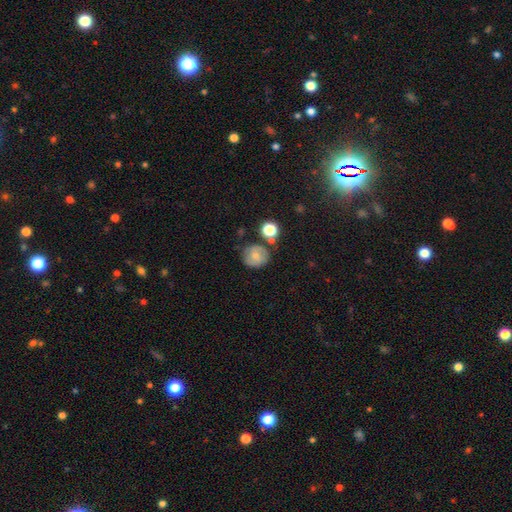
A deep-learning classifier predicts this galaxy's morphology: smooth_or_featured: smooth (p=0.66) [alt: featured or disk p=0.24]
how_rounded: round (p=0.86) [alt: in between p=0.13]
merging: none (p=0.68) [alt: minor disturbance p=0.16]